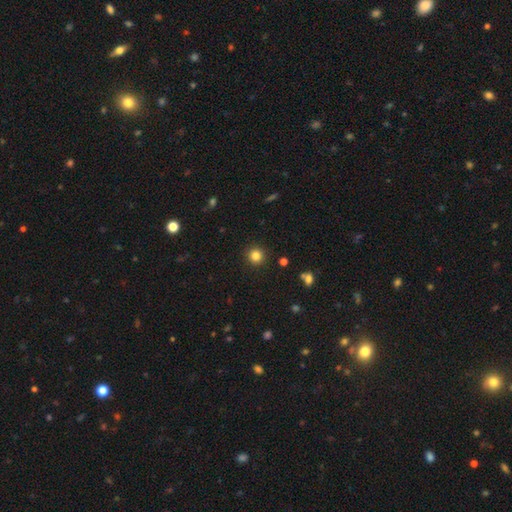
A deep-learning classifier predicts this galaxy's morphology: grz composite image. It shows a smooth galaxy with no disk features (83%) that is round (95%). Merging: none (92%).